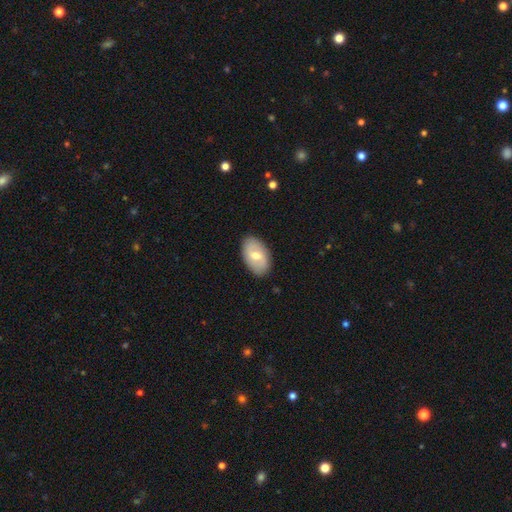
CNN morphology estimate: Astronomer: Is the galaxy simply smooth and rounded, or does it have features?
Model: smooth — 52% (runner-up: featured or disk, 42%).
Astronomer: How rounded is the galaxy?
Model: in between — 92%.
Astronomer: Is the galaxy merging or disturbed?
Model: none — 88%.